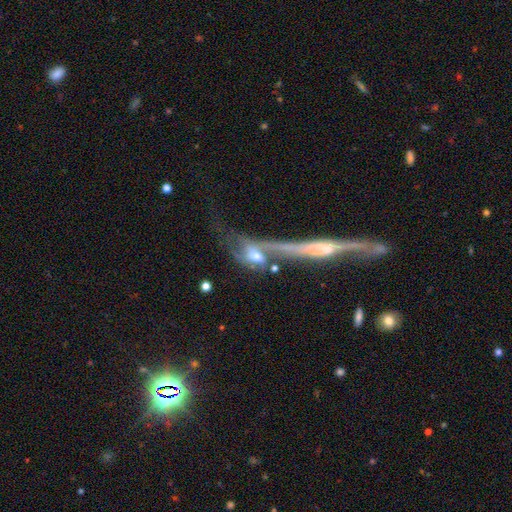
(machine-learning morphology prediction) The model was most divided on "merging": merger: 37%, major disturbance: 26%, none: 24%, minor disturbance: 13%. More confident: edge-on disk — no (68%); smooth or featured — featured or disk (55%).